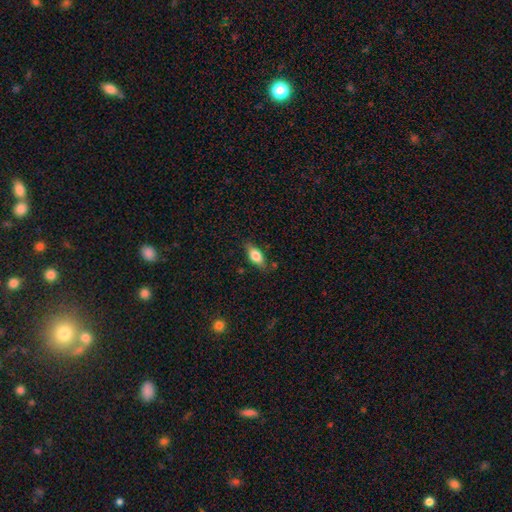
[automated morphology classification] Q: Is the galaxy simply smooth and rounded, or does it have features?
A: smooth — 73%.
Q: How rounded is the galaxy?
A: in between — 80%.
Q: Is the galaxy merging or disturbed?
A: none — 78%.